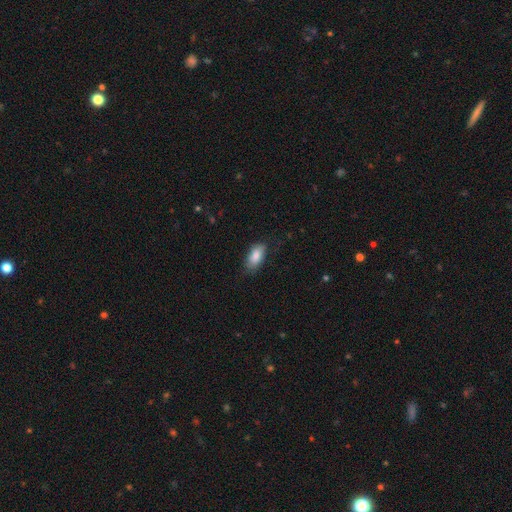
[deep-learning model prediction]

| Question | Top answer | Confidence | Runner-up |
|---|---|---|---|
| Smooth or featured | smooth | 85% | featured or disk (9%) |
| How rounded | in between | 91% | cigar-shaped (6%) |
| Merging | none | 74% | minor disturbance (20%) |